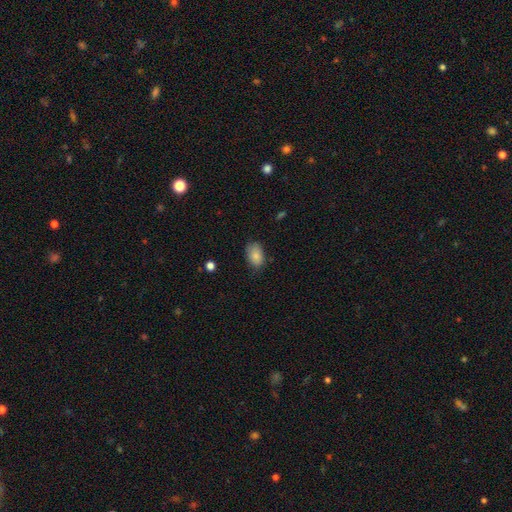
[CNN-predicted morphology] Overall: smooth (86%). How rounded: in between (89%). Merging: none (73%).